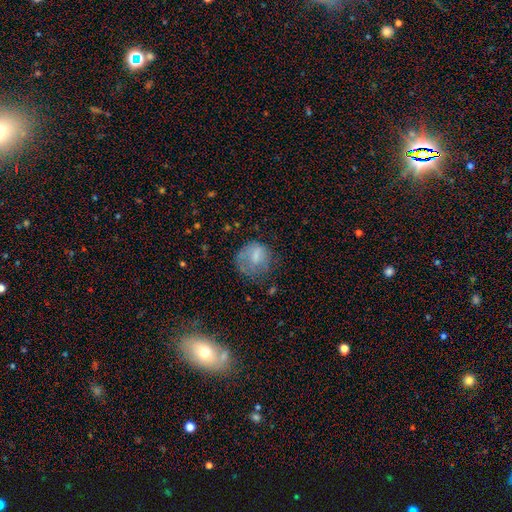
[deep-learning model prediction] The model was most divided on "merging": none: 43%, major disturbance: 27%, minor disturbance: 27%, merger: 2%. More confident: how rounded — round (73%); smooth or featured — smooth (64%).